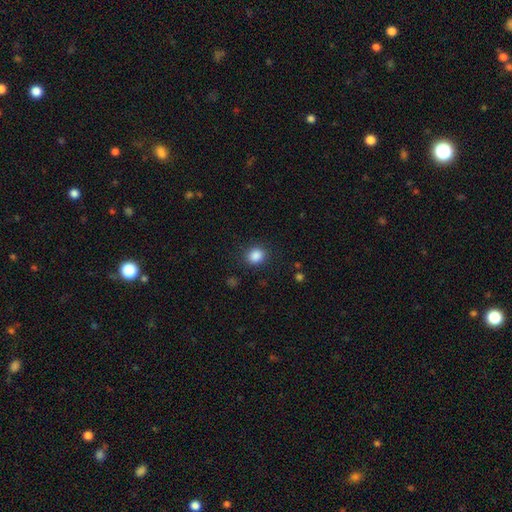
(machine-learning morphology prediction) This is clearly a smooth galaxy (86%). How rounded: likely round (68%). Merging: clearly none (87%).